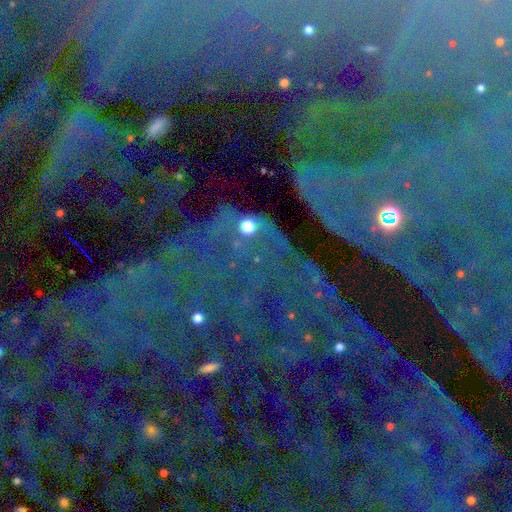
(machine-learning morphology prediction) Smooth or featured? Predicted: star or artifact (p=0.85).